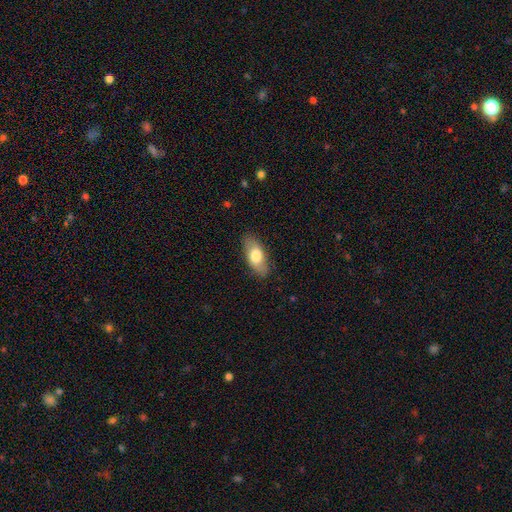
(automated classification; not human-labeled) smooth_or_featured: smooth (p=0.74) [alt: featured or disk p=0.21]
how_rounded: in between (p=0.86) [alt: cigar-shaped p=0.11]
merging: none (p=0.85) [alt: minor disturbance p=0.11]